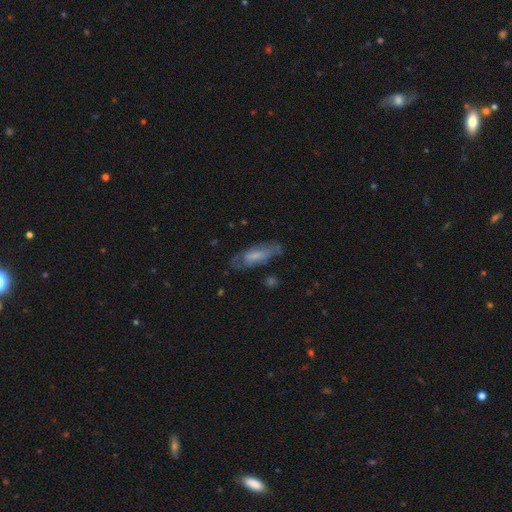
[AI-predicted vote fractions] Morphology: type=smooth (49%); merging=none (64%).